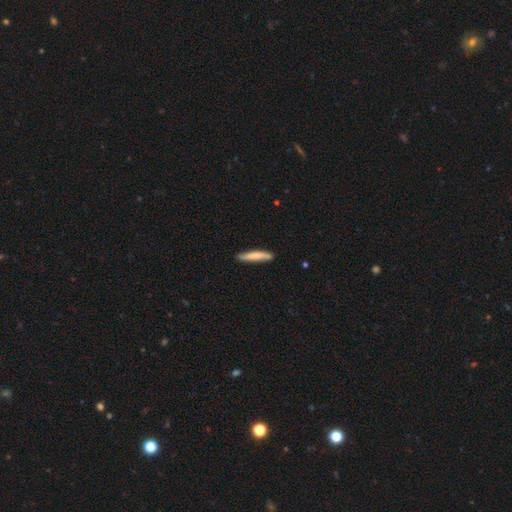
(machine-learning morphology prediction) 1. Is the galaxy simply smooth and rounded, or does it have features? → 73% smooth, 22% featured or disk, 5% star or artifact.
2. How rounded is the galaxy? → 92% cigar-shaped, 7% in between, 1% round.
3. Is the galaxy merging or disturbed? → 81% none, 14% minor disturbance, 2% major disturbance, 2% merger.